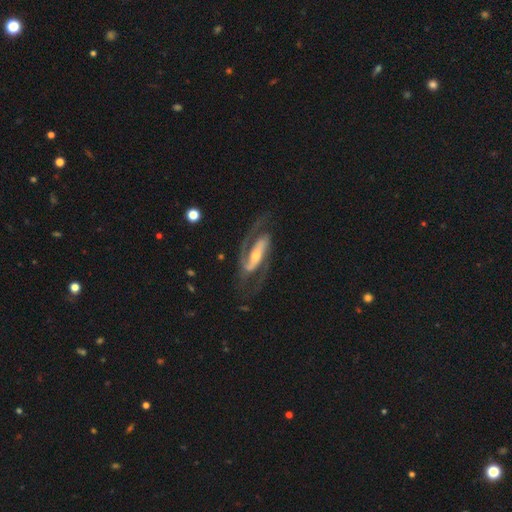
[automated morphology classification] The model was most divided on "bulge size": moderate: 48%, small: 44%, large: 5%, none: 2%, dominant: 1%. More confident: spiral arms — yes (96%); edge-on disk — no (92%); spiral arm count — 2 (89%); smooth or featured — featured or disk (89%); merging — none (71%); bar — strong (57%); spiral winding — medium (54%).